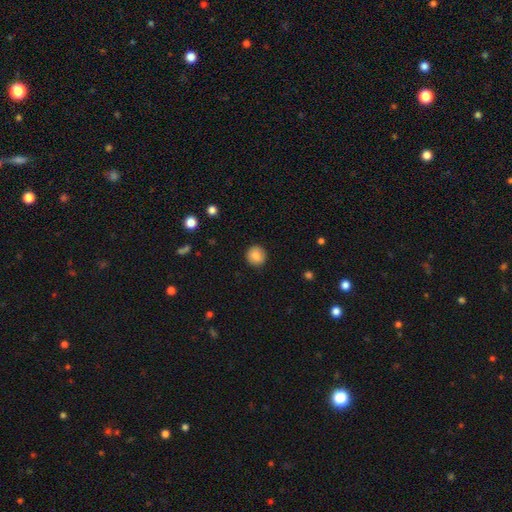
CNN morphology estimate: Overall: smooth (85%). How rounded: round (92%). Merging: none (91%).